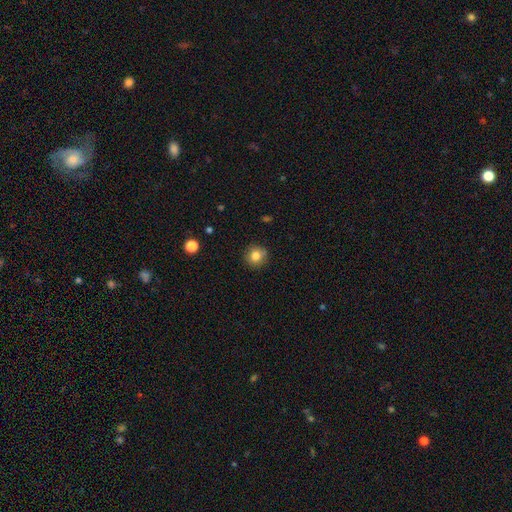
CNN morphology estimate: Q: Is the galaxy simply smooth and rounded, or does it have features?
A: smooth — 82%.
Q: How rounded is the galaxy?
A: round — 92%.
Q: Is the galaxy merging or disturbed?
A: none — 87%.